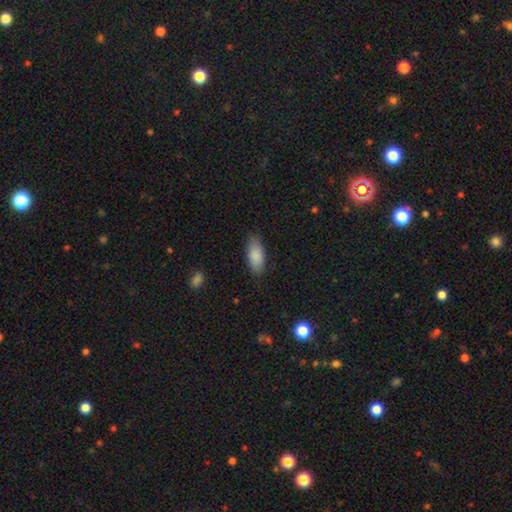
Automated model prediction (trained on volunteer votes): Morphology: type=smooth (88%); roundness=in between (88%); merging=none (83%).